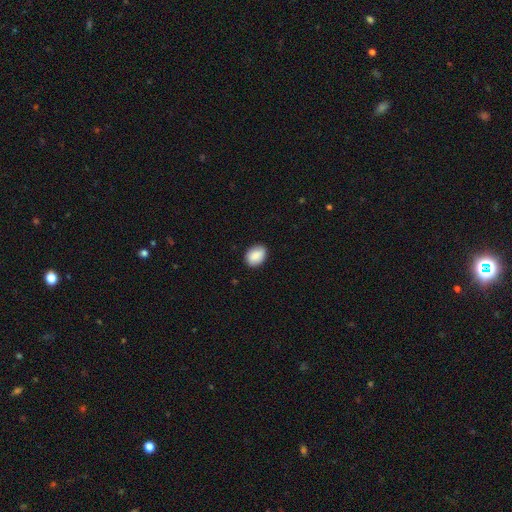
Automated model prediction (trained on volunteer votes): Smooth or featured: smooth — 88% (star or artifact — 7%)
How rounded: in between — 67% (round — 32%)
Merging: none — 85% (minor disturbance — 12%)